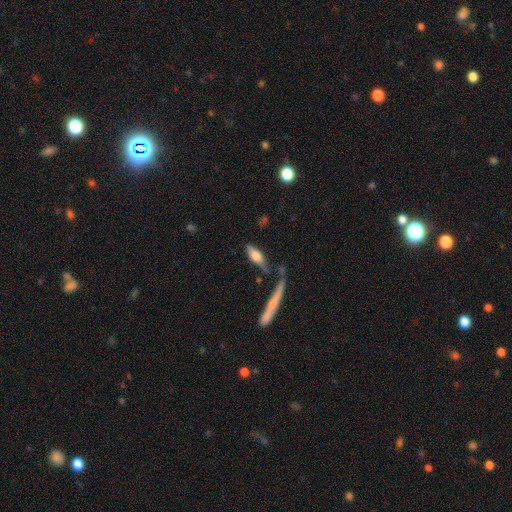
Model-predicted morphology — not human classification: Q: Smooth or featured?
A: smooth (62%); runner-up: featured or disk (31%)
Q: How rounded?
A: in between (50%); runner-up: cigar-shaped (46%)
Q: Merging?
A: none (59%); runner-up: minor disturbance (20%)